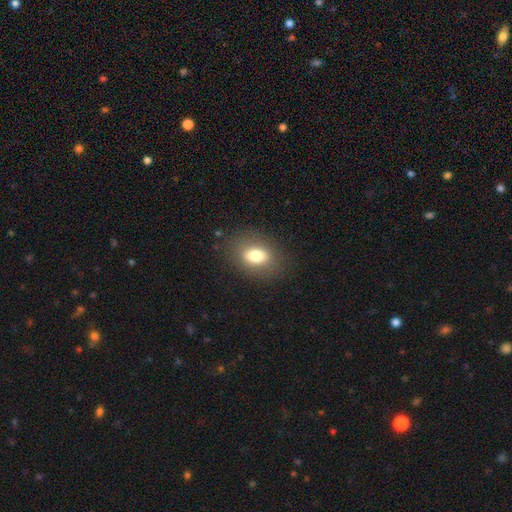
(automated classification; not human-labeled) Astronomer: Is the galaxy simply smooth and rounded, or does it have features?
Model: smooth — 76%.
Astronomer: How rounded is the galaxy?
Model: in between — 75%.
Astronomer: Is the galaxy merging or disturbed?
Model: none — 83%.